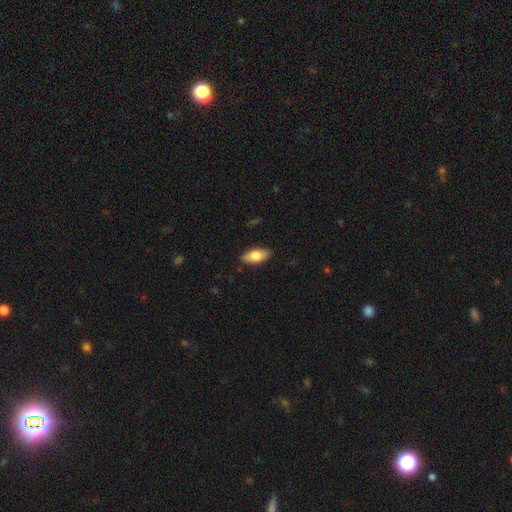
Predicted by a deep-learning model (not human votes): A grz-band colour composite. It shows a smooth galaxy with no disk features (76%) that is in between round and cigar-shaped (87%). Merging: none (87%).